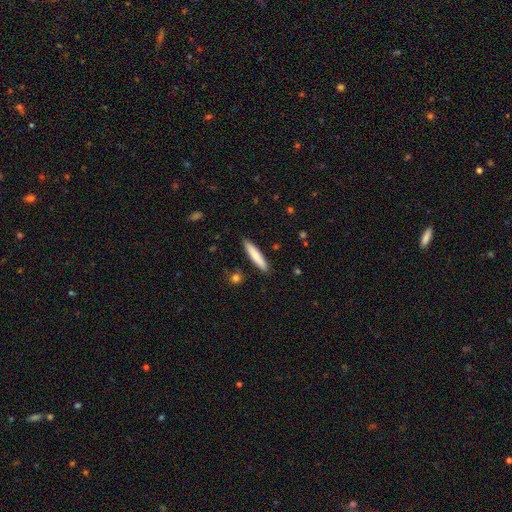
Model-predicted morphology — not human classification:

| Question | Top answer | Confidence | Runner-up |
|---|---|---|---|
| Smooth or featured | smooth | 80% | featured or disk (14%) |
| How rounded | cigar-shaped | 89% | in between (10%) |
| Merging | none | 90% | minor disturbance (7%) |